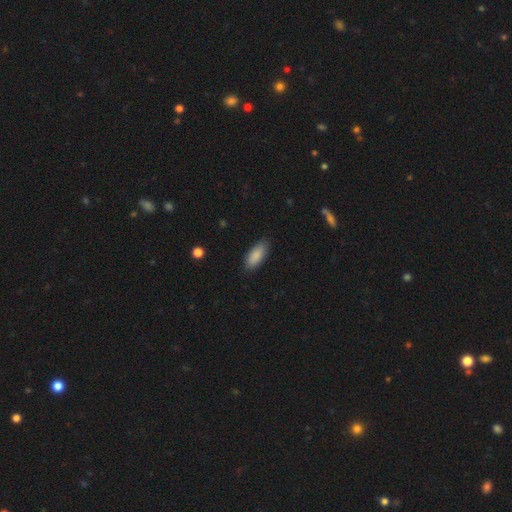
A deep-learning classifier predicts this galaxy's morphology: Q: Smooth or featured?
A: smooth (89%); runner-up: star or artifact (6%)
Q: How rounded?
A: in between (81%); runner-up: cigar-shaped (17%)
Q: Merging?
A: none (84%); runner-up: minor disturbance (12%)